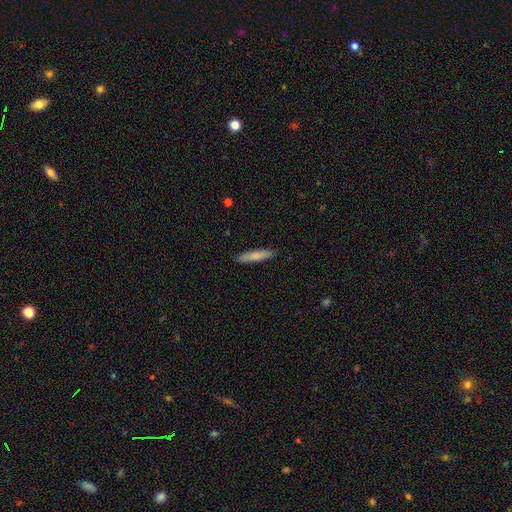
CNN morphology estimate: A smooth galaxy with no disk features (81%) that is cigar-shaped (87%). Merging: none (90%).